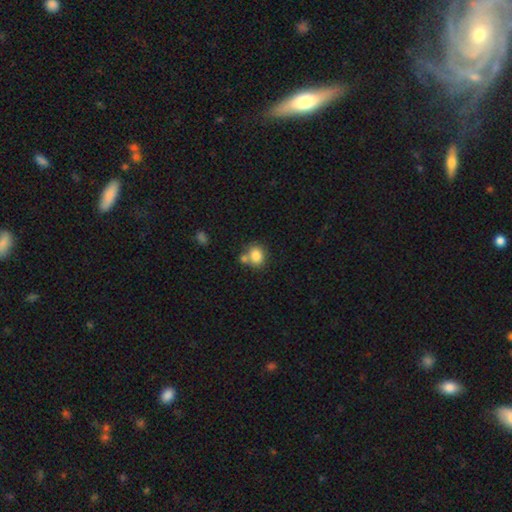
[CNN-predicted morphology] smooth 83%, star or artifact 9%, featured or disk 8%. Down the decision tree: how rounded — round (62%); merging — none (54%).